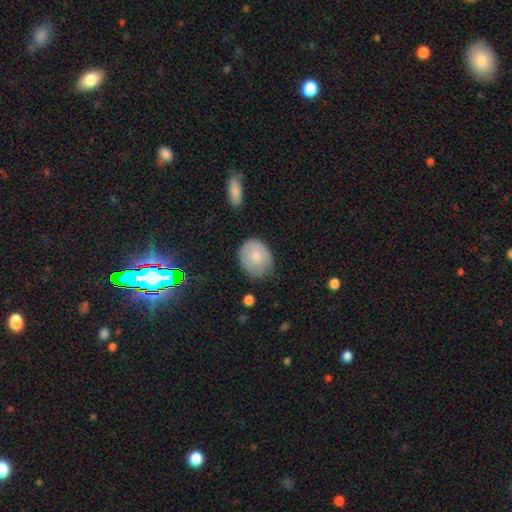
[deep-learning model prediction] Morphology: type=smooth (78%); roundness=round (57%); merging=none (68%).